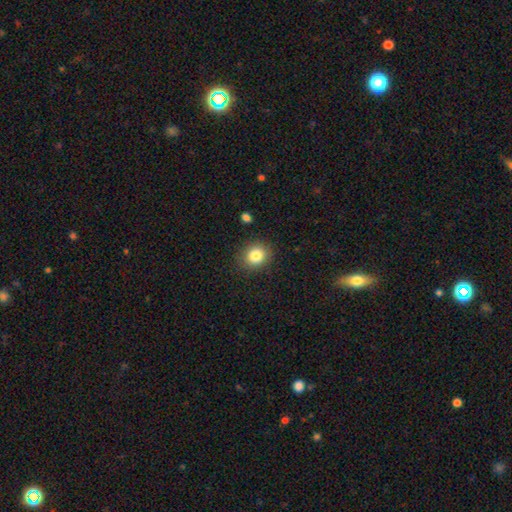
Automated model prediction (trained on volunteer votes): smooth_or_featured: smooth (p=0.83) [alt: star or artifact p=0.10]
how_rounded: round (p=0.74) [alt: in between p=0.25]
merging: none (p=0.87) [alt: minor disturbance p=0.09]